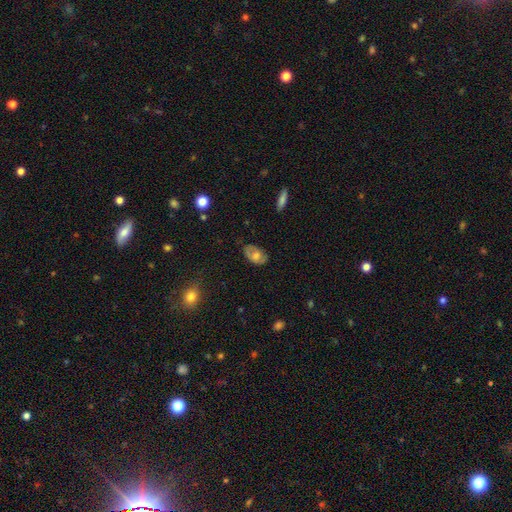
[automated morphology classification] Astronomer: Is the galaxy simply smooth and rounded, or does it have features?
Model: smooth — 60%.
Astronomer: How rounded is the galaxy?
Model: in between — 90%.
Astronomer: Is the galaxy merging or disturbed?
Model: none — 67%.